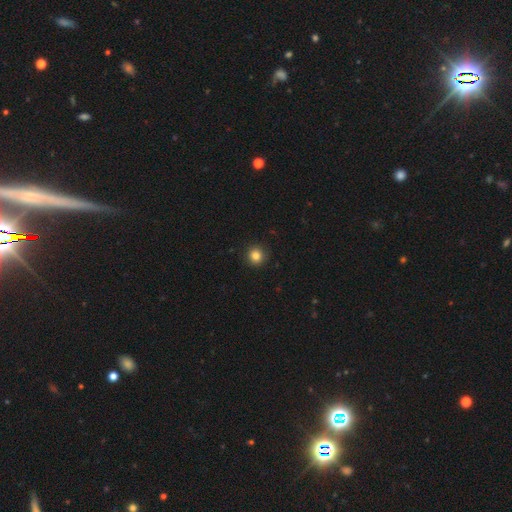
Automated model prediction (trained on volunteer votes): A smooth galaxy with no disk features (84%) that is round (93%). Merging: none (91%).